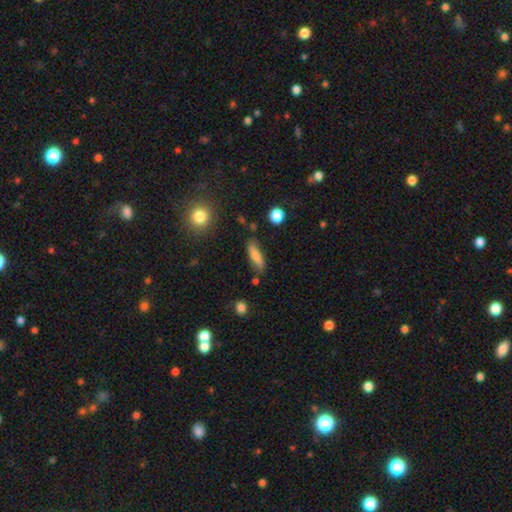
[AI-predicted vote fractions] Smooth or featured? smooth (70%)
How rounded? cigar-shaped (56%)
Merging? none (73%)